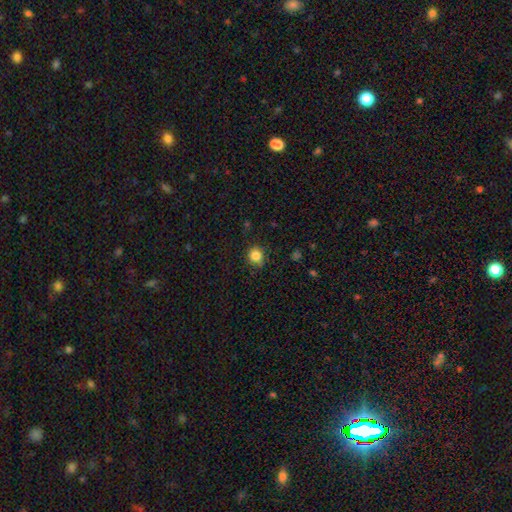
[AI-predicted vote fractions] smooth-or-featured: smooth: 83% | star or artifact: 12% | featured or disk: 5%
  how-rounded: round: 87% | in between: 12% | cigar-shaped: 1%
  merging: none: 83% | minor disturbance: 13% | major disturbance: 3% | merger: 1%